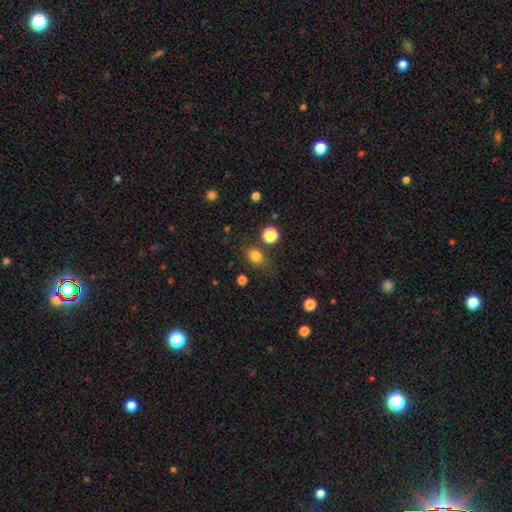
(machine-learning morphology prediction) This appears to be a smooth galaxy with no disk features (80%) that is in between round and cigar-shaped (50%). Merging: none (75%).